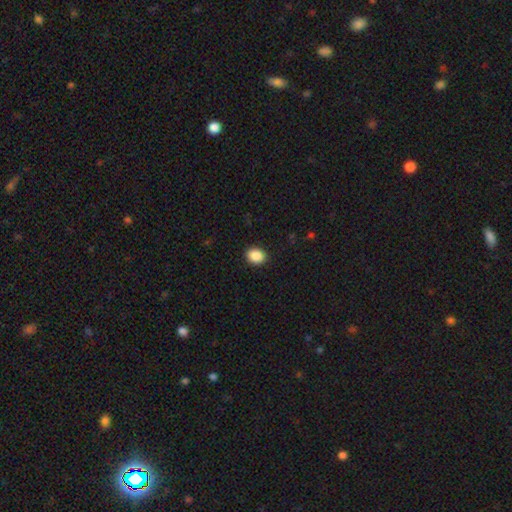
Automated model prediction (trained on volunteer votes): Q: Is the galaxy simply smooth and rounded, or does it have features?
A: smooth — 89%.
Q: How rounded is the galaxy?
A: in between — 56%.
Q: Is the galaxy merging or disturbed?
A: none — 91%.